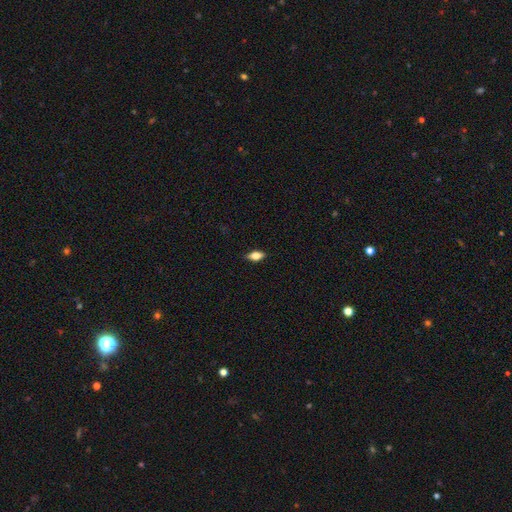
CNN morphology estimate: type=smooth (70%); roundness=in between (82%); merging=none (87%).